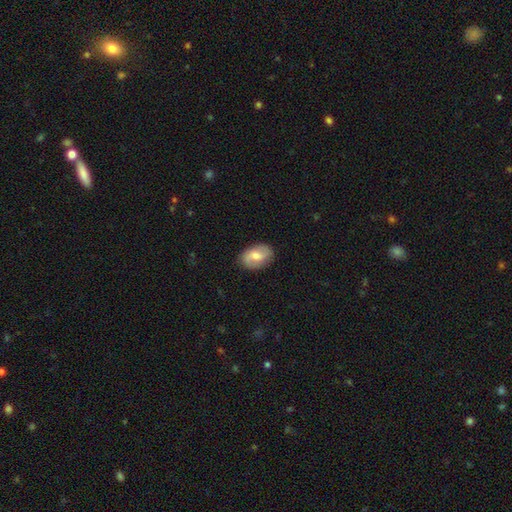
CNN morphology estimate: A featured or disk galaxy (48%).

Vote fractions:
- Smooth or featured? featured or disk: 48% / smooth: 46% / star or artifact: 7%
- Merging? none: 82% / minor disturbance: 13% / major disturbance: 3% / merger: 1%